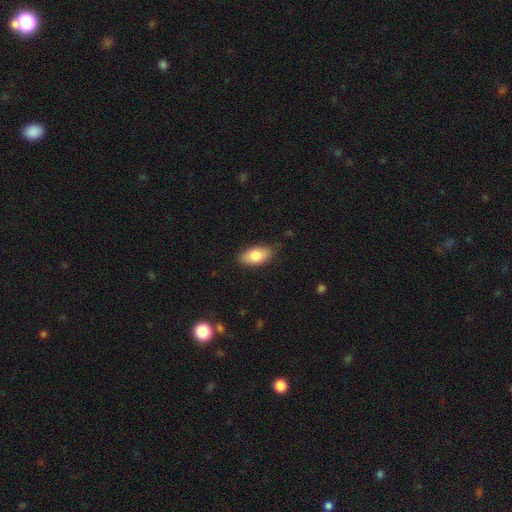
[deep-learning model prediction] Q: Smooth or featured?
A: smooth (82%); runner-up: featured or disk (12%)
Q: How rounded?
A: in between (92%); runner-up: cigar-shaped (5%)
Q: Merging?
A: none (81%); runner-up: minor disturbance (15%)